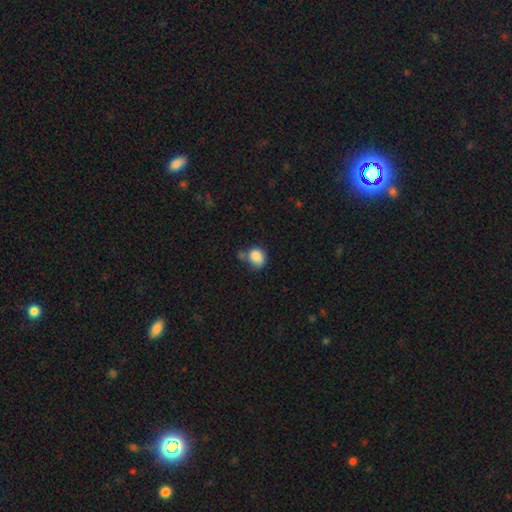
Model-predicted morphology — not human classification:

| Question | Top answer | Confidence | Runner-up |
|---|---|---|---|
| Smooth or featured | smooth | 85% | star or artifact (9%) |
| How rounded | round | 57% | in between (42%) |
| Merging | none | 42% | minor disturbance (28%) |